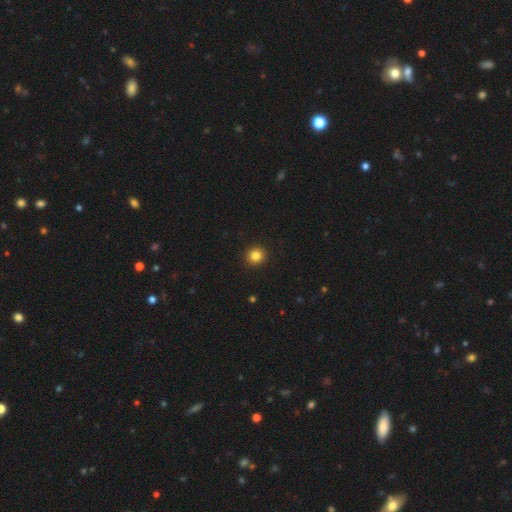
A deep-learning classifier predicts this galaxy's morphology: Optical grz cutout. It shows a smooth galaxy with no disk features (84%) that is round (91%). Merging: none (93%).